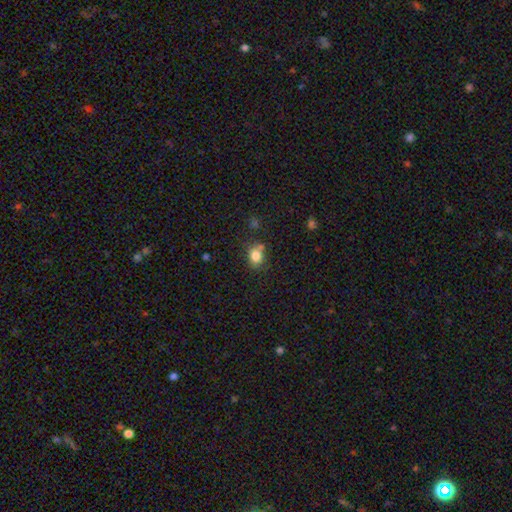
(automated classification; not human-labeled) Morphology: type=smooth (82%); roundness=round (55%); merging=none (65%).